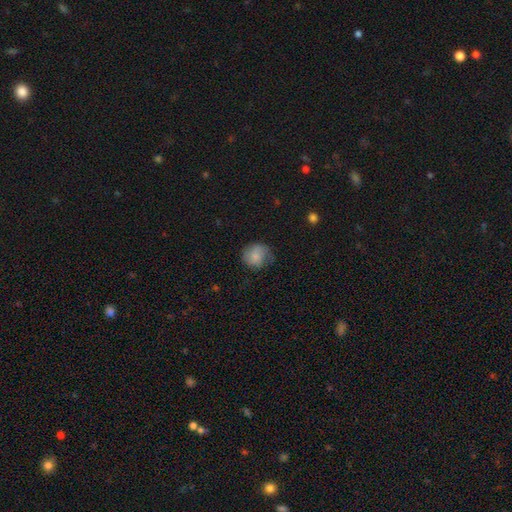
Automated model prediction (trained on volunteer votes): Overall: smooth (76%). How rounded: round (78%). Merging: none (55%; minor disturbance 31%).